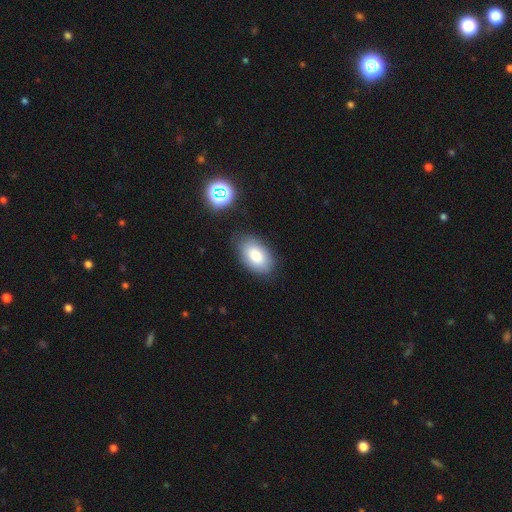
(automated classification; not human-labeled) Smooth or featured? Predicted: smooth (p=0.83). How rounded? Predicted: in between (p=0.93). Merging? Predicted: none (p=0.81).